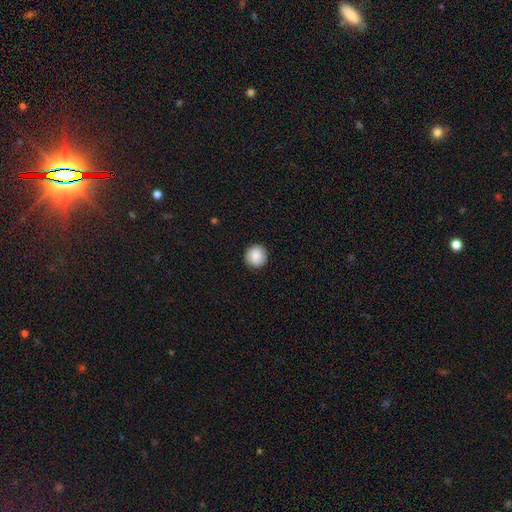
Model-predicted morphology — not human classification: A smooth galaxy with no disk features (89%) that is round (95%).

Vote fractions:
- Smooth or featured? smooth: 89% / star or artifact: 7% / featured or disk: 4%
- How rounded? round: 95% / in between: 4% / cigar-shaped: 1%
- Merging? none: 92% / minor disturbance: 5% / major disturbance: 2% / merger: 1%